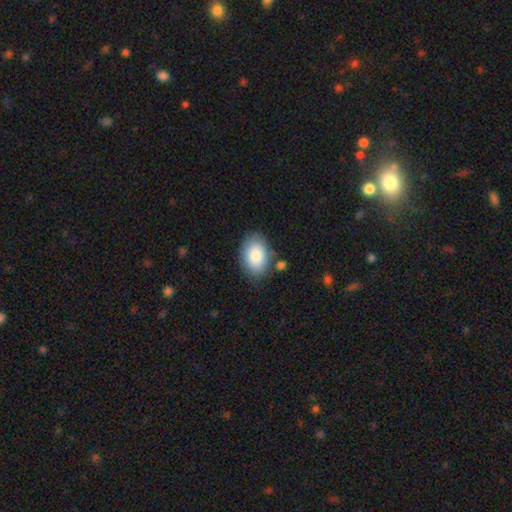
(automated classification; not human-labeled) Smooth or featured: smooth — 84% (featured or disk — 9%)
How rounded: in between — 87% (round — 12%)
Merging: none — 79% (minor disturbance — 14%)